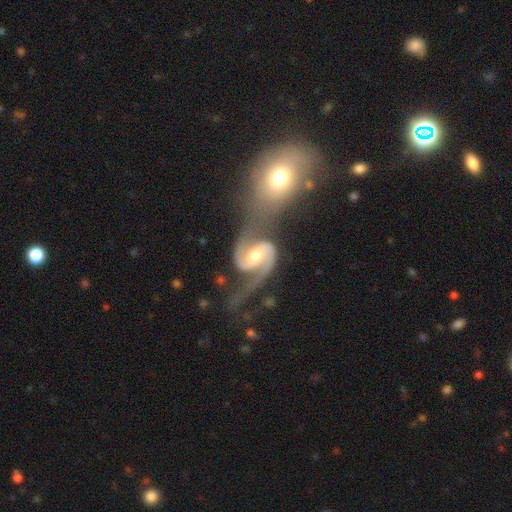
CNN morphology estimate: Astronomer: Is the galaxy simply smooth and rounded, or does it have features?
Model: featured or disk — 92%.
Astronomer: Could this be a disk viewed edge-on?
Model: no — 98%.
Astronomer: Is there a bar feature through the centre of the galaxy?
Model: weak — 45% (runner-up: strong, 30%).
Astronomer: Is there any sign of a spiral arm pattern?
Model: yes — 98%.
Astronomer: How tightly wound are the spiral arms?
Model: medium — 52% (runner-up: loose, 34%).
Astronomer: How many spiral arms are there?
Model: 2 — 93%.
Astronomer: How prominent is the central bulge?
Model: moderate — 68%.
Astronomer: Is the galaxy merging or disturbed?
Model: merger — 39% (runner-up: none, 36%).